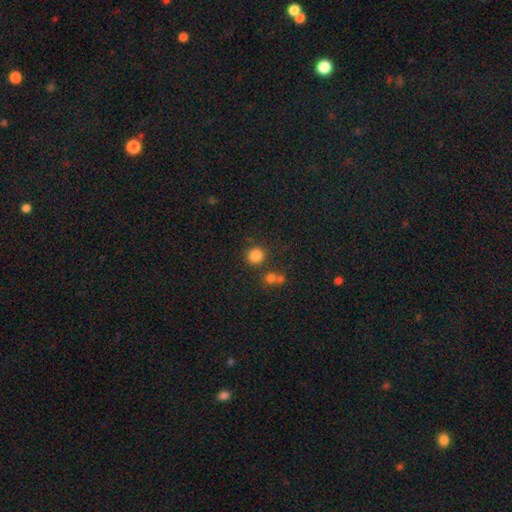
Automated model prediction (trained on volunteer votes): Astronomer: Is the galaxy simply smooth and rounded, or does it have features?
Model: smooth — 83%.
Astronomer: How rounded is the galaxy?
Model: round — 89%.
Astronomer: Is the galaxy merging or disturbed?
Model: none — 80%.